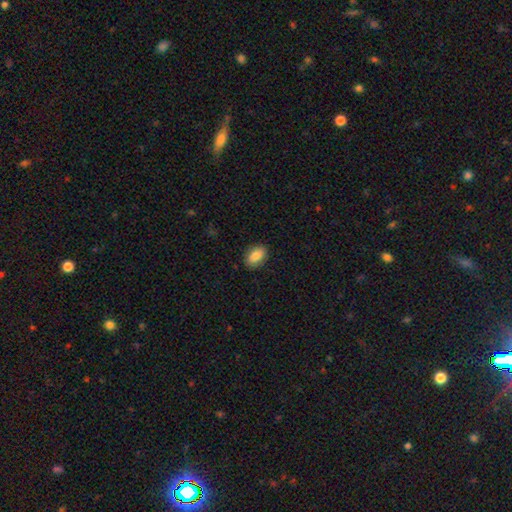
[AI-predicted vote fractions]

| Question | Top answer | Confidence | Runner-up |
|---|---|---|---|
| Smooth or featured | smooth | 85% | featured or disk (8%) |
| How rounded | in between | 88% | round (10%) |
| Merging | none | 88% | minor disturbance (9%) |